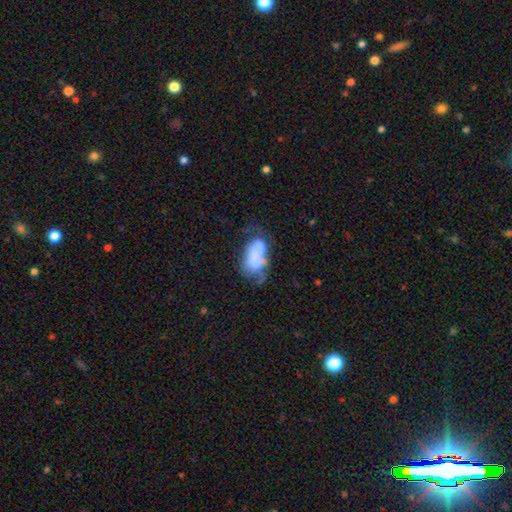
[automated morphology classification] A smooth galaxy with no disk features (62%) that is in between round and cigar-shaped (92%). Merging: major disturbance (30%).